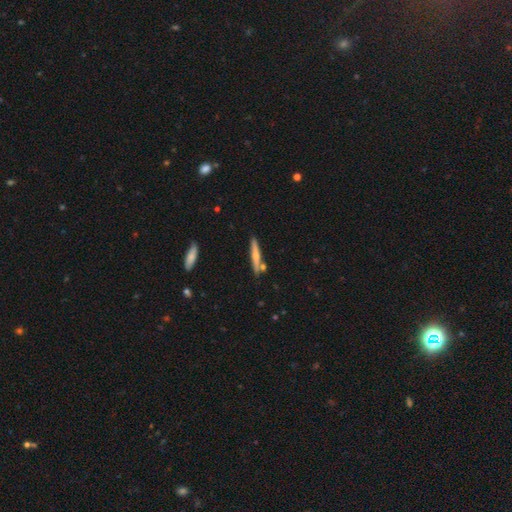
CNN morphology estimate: This appears to be a featured or disk galaxy (48%). Merging: none (80%).